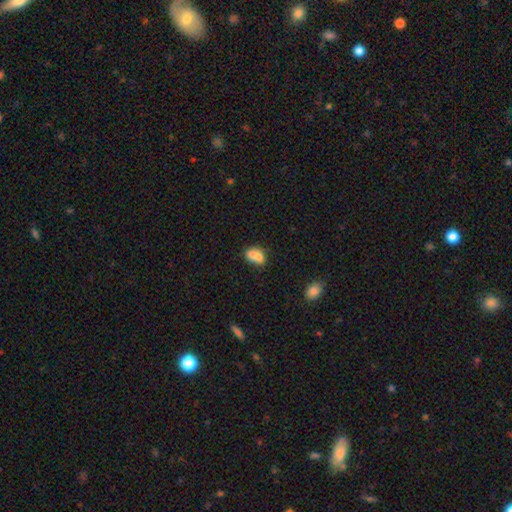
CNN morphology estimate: Smooth or featured: smooth — 71% (featured or disk — 19%)
How rounded: in between — 69% (round — 28%)
Merging: merger — 55% (none — 29%)